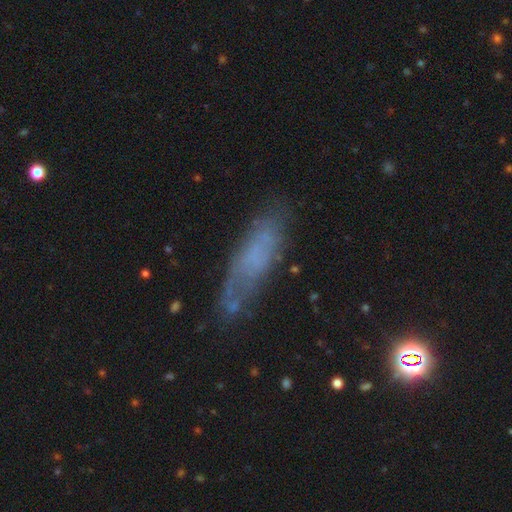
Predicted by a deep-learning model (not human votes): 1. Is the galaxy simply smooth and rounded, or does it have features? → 44% smooth, 43% featured or disk, 13% star or artifact.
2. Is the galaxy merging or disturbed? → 63% none, 24% minor disturbance, 10% major disturbance, 3% merger.